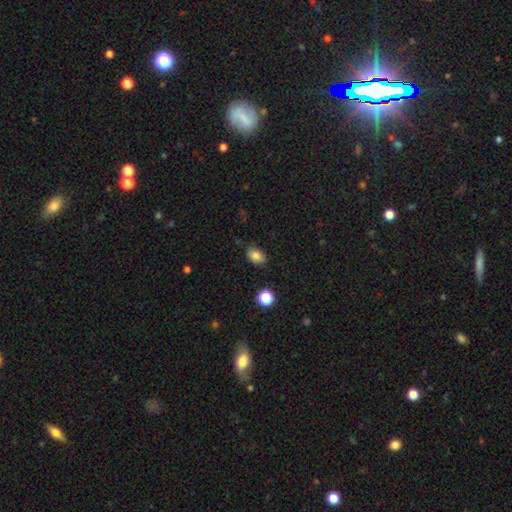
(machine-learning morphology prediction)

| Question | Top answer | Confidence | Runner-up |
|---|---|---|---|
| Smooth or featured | smooth | 83% | star or artifact (10%) |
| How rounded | in between | 81% | round (18%) |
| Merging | none | 81% | minor disturbance (14%) |